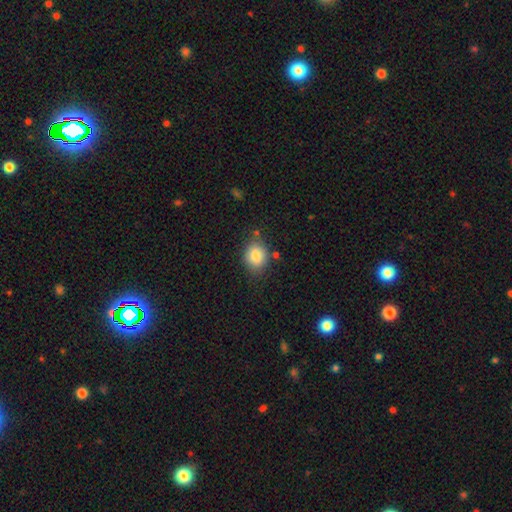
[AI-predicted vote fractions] This appears to be a smooth galaxy with no disk features (86%) that is round (56%). Merging: none (75%).